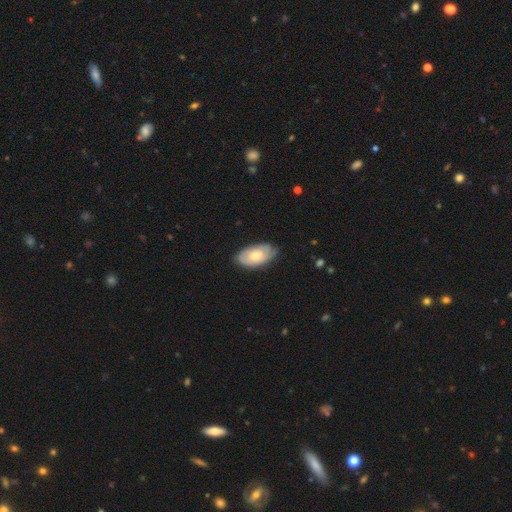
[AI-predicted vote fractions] smooth_or_featured: smooth (p=0.54) [alt: featured or disk p=0.40]
how_rounded: in between (p=0.94) [alt: round p=0.04]
merging: none (p=0.74) [alt: minor disturbance p=0.21]